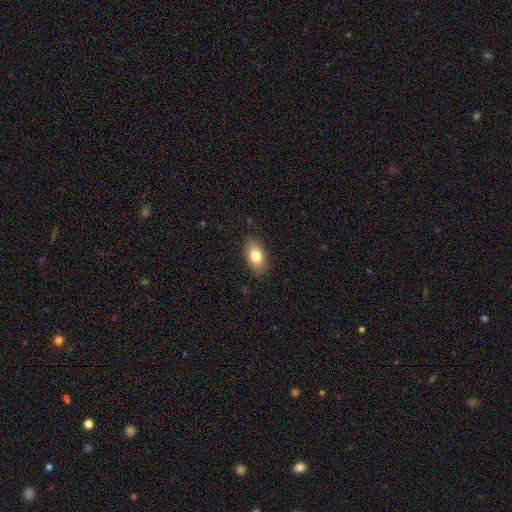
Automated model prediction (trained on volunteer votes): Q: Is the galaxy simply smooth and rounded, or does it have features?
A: smooth — 81%.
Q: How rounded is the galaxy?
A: in between — 90%.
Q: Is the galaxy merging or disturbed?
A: none — 86%.